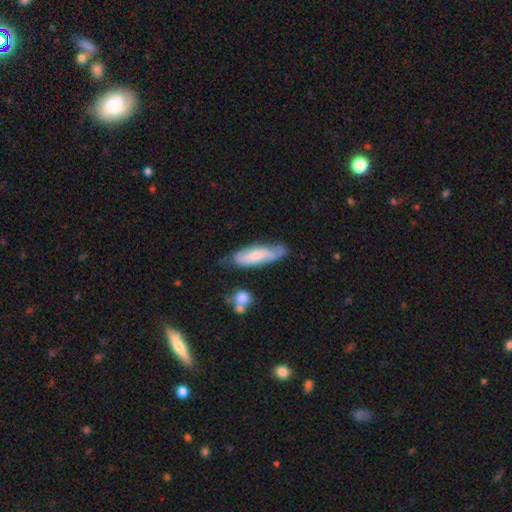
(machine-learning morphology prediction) smooth 48%, featured or disk 46%, star or artifact 6%. Down the decision tree: merging — none (60%).